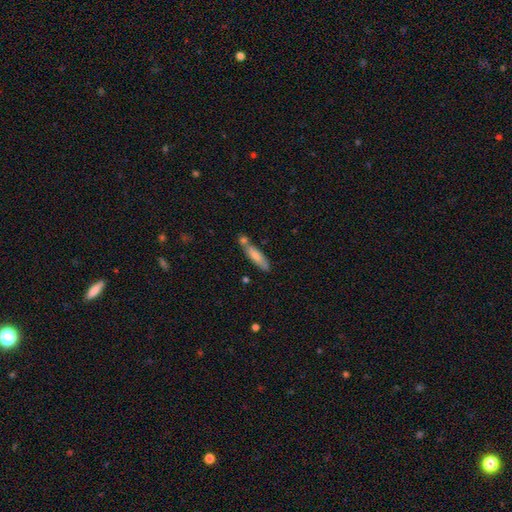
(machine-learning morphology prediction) This appears to be a smooth galaxy with no disk features (76%) that is cigar-shaped (71%). Merging: none (55%).